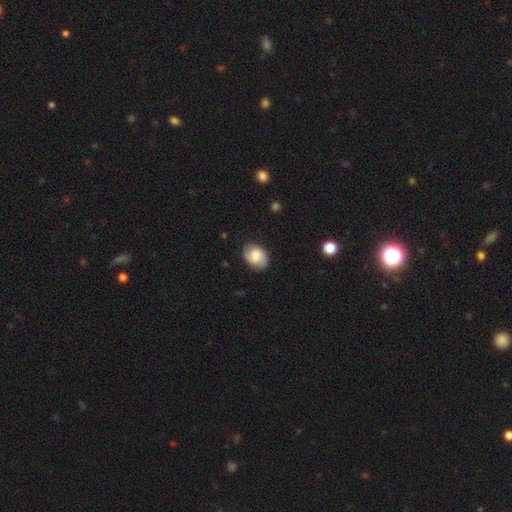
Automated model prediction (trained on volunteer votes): Smooth or featured: smooth — 48% (featured or disk — 44%)
Merging: none — 79% (minor disturbance — 16%)